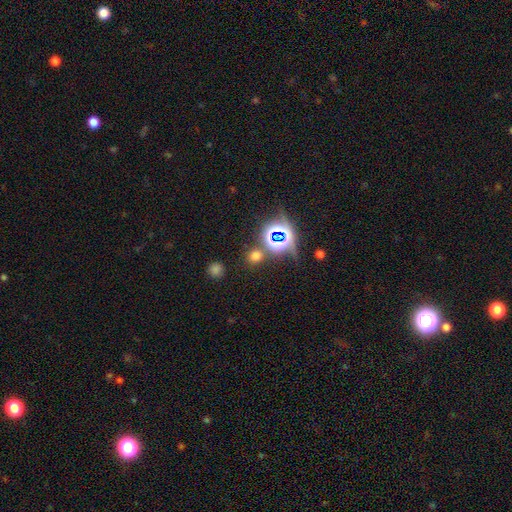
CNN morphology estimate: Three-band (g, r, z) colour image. It shows a smooth galaxy with no disk features (58%) that is round (83%). Merging: none (80%).